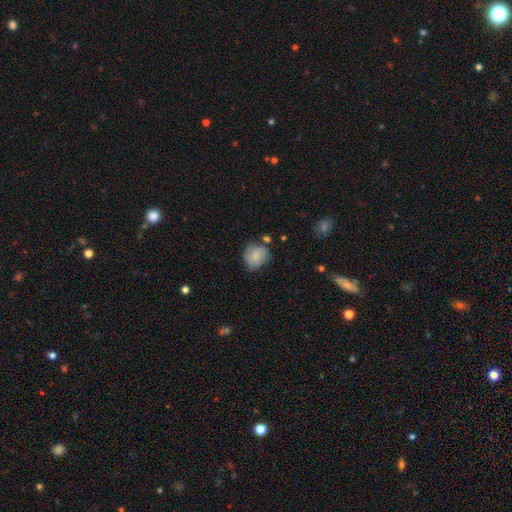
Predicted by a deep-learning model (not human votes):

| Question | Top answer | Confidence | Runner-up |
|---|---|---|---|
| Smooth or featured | smooth | 74% | featured or disk (18%) |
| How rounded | round | 70% | in between (29%) |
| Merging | none | 57% | minor disturbance (29%) |